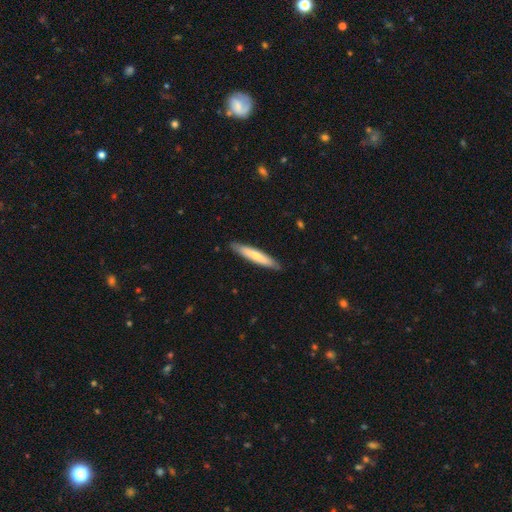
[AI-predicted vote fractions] A smooth galaxy with no disk features (69%) that is cigar-shaped (91%).

Vote fractions:
- Smooth or featured? smooth: 69% / featured or disk: 27% / star or artifact: 5%
- How rounded? cigar-shaped: 91% / in between: 8% / round: 1%
- Merging? none: 88% / minor disturbance: 9% / major disturbance: 1% / merger: 1%